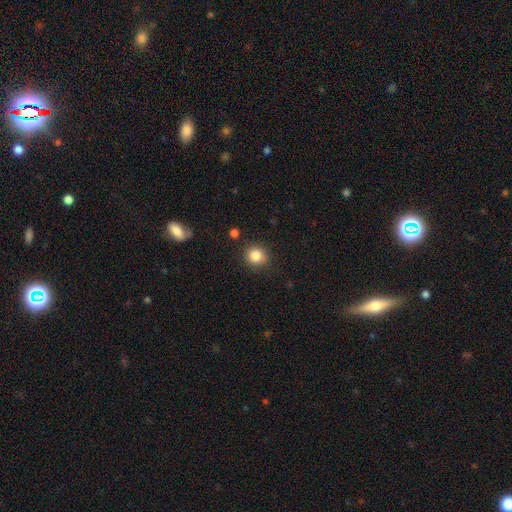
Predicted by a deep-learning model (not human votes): smooth-or-featured: smooth: 85% | star or artifact: 11% | featured or disk: 5%
  how-rounded: round: 90% | in between: 9% | cigar-shaped: 1%
  merging: none: 87% | minor disturbance: 8% | major disturbance: 2% | merger: 2%